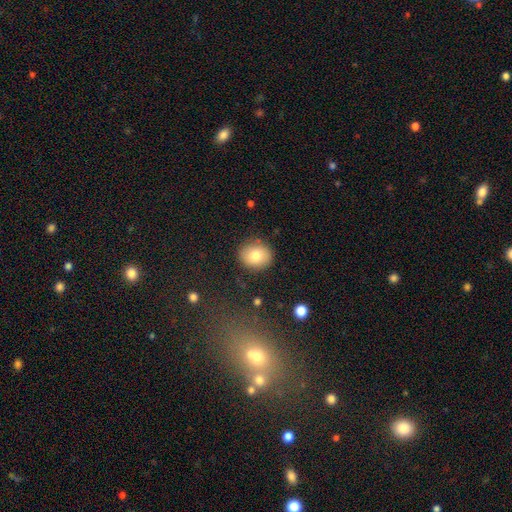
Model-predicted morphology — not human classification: This is clearly a smooth galaxy (80%). How rounded: likely round (72%). Merging: clearly none (87%).